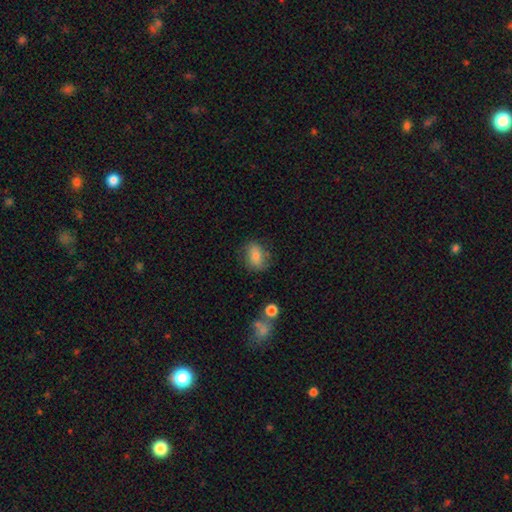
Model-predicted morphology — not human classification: Smooth or featured? Predicted: smooth (p=0.77). How rounded? Predicted: in between (p=0.76). Merging? Predicted: none (p=0.74).